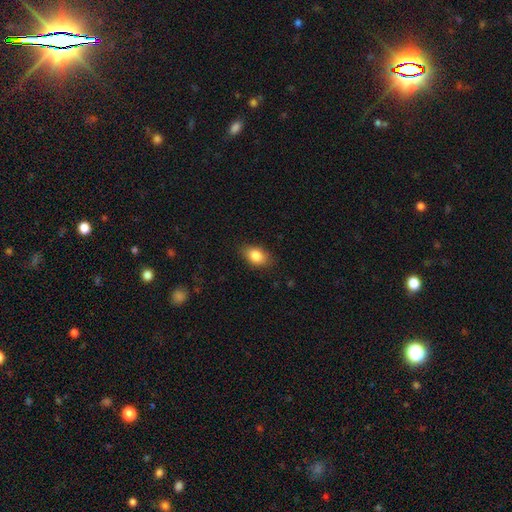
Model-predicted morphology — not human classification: type=smooth (84%); roundness=in between (83%); merging=none (84%).